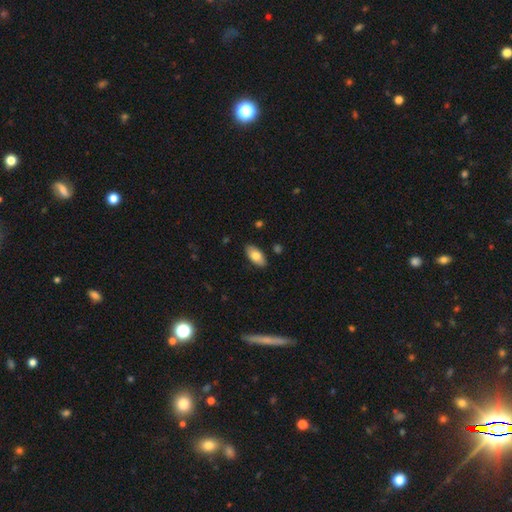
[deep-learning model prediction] Q: Smooth or featured?
A: smooth (78%); runner-up: featured or disk (15%)
Q: How rounded?
A: in between (92%); runner-up: cigar-shaped (6%)
Q: Merging?
A: none (88%); runner-up: minor disturbance (9%)